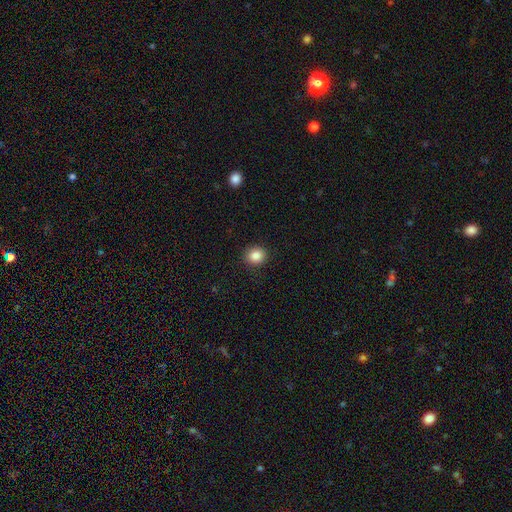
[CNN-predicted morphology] This is clearly a smooth galaxy (86%). How rounded: clearly round (81%). Merging: clearly none (90%).